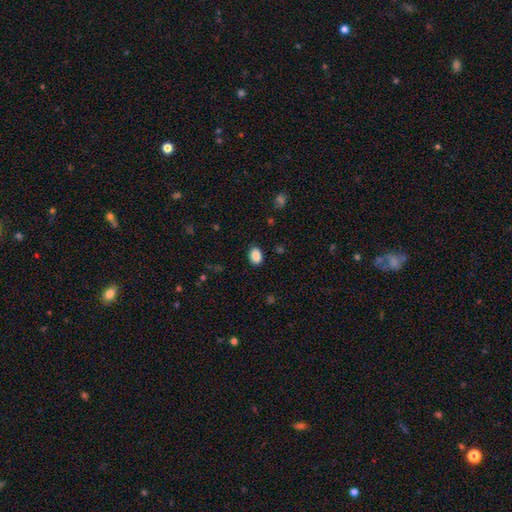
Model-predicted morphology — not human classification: Smooth or featured: smooth — 89% (star or artifact — 8%)
How rounded: in between — 80% (round — 19%)
Merging: none — 88% (minor disturbance — 9%)